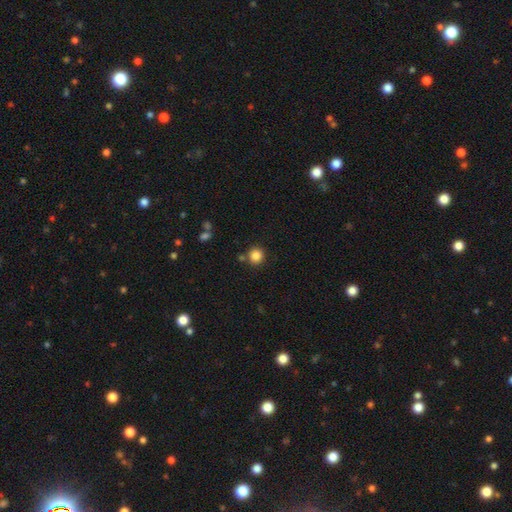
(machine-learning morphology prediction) smooth-or-featured: smooth: 85% | star or artifact: 11% | featured or disk: 4%
  how-rounded: round: 91% | in between: 8% | cigar-shaped: 1%
  merging: none: 81% | minor disturbance: 8% | merger: 8% | major disturbance: 3%